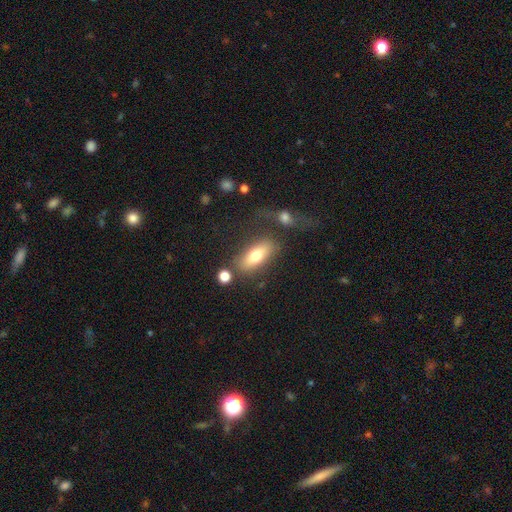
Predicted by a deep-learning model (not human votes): The model was most divided on "merging": none: 62%, minor disturbance: 16%, merger: 12%, major disturbance: 10%. More confident: how rounded — in between (77%); smooth or featured — smooth (69%).